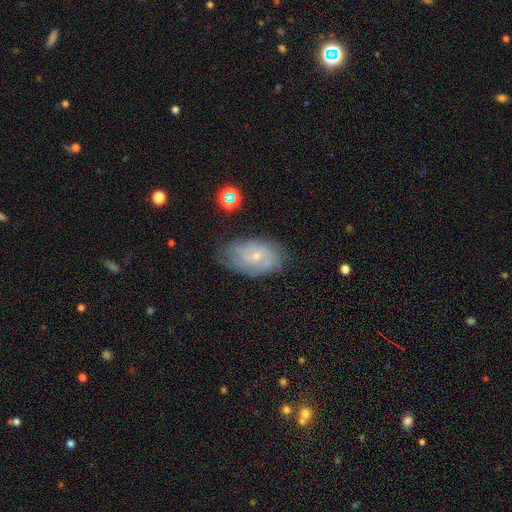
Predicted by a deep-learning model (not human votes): smooth_or_featured: featured or disk (p=0.66) [alt: smooth p=0.24]
disk_edge_on: no (p=0.95) [alt: yes p=0.05]
bar: no (p=0.66) [alt: weak p=0.29]
has_spiral_arms: yes (p=0.87) [alt: no p=0.13]
spiral_winding: tight (p=0.54) [alt: medium p=0.33]
spiral_arm_count: can't tell (p=0.48) [alt: 2 p=0.23]
bulge_size: small (p=0.75) [alt: moderate p=0.20]
merging: none (p=0.72) [alt: minor disturbance p=0.20]